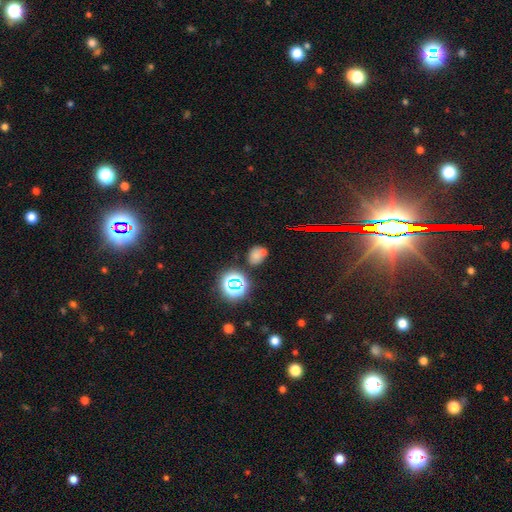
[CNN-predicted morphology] smooth-or-featured: smooth: 61% | star or artifact: 27% | featured or disk: 12%
  how-rounded: round: 53% | in between: 46% | cigar-shaped: 2%
  merging: none: 54% | merger: 27% | minor disturbance: 14% | major disturbance: 6%